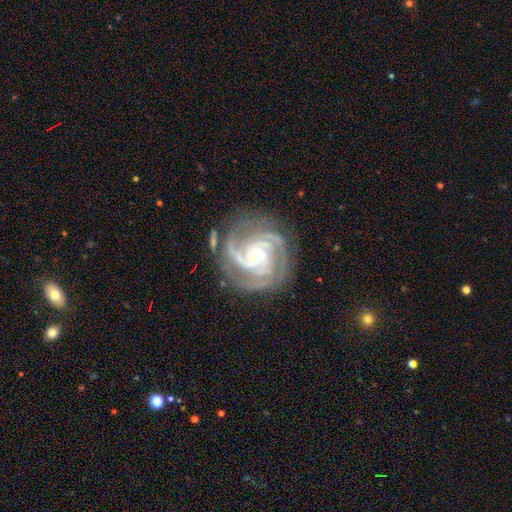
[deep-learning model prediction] Smooth or featured? featured or disk (91%)
Edge-on disk? no (98%)
Bar? no (58%)
Spiral arms? yes (99%)
Spiral winding? tight (63%)
Spiral arm count? 3 (46%)
Bulge size? small (66%)
Merging? none (75%)